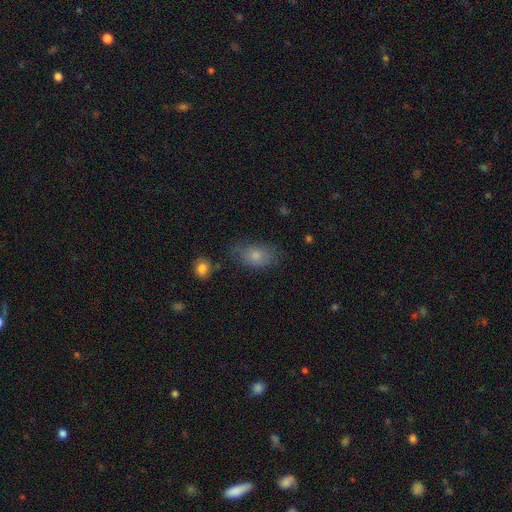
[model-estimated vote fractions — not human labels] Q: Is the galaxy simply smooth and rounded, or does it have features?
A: smooth — 75%.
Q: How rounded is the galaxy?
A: in between — 85%.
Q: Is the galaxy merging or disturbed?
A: none — 64%.